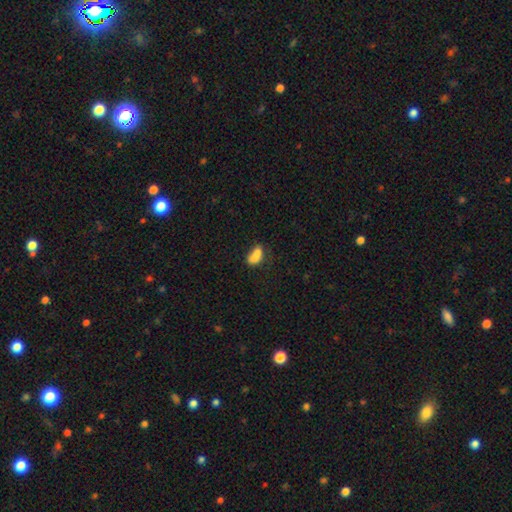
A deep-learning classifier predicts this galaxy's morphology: smooth 76%, featured or disk 14%, star or artifact 11%. Down the decision tree: how rounded — in between (80%); merging — merger (38%).